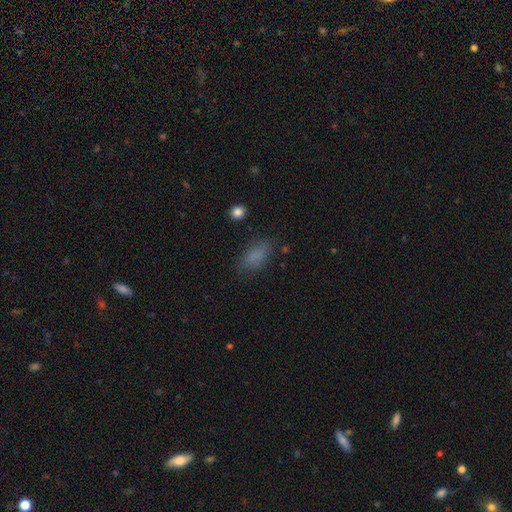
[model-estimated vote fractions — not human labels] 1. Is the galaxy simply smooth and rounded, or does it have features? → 82% smooth, 12% star or artifact, 6% featured or disk.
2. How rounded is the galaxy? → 88% in between, 7% cigar-shaped, 5% round.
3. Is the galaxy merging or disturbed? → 78% none, 15% minor disturbance, 5% major disturbance, 2% merger.